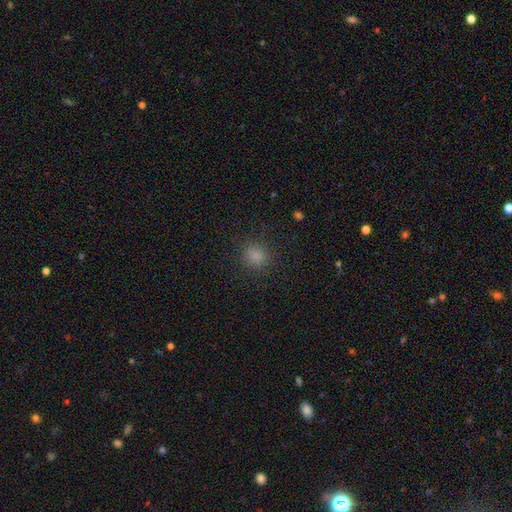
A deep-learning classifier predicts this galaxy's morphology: smooth 82%, star or artifact 14%, featured or disk 3%. Down the decision tree: how rounded — round (84%); merging — none (87%).